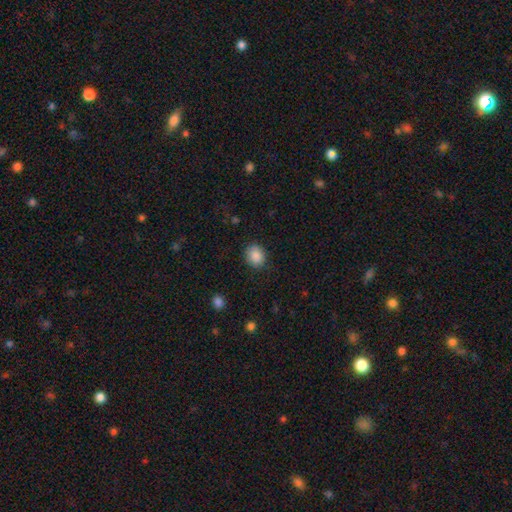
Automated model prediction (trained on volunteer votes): Smooth or featured? Predicted: smooth (p=0.88). How rounded? Predicted: round (p=0.62). Merging? Predicted: none (p=0.82).